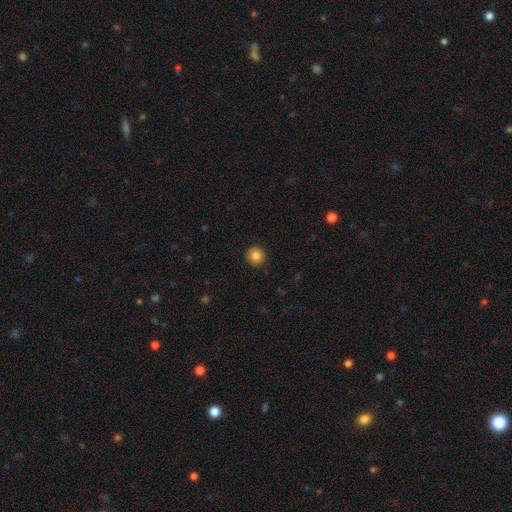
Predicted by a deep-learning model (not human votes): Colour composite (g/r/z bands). It shows a smooth galaxy with no disk features (84%) that is round (95%). Merging: none (92%).